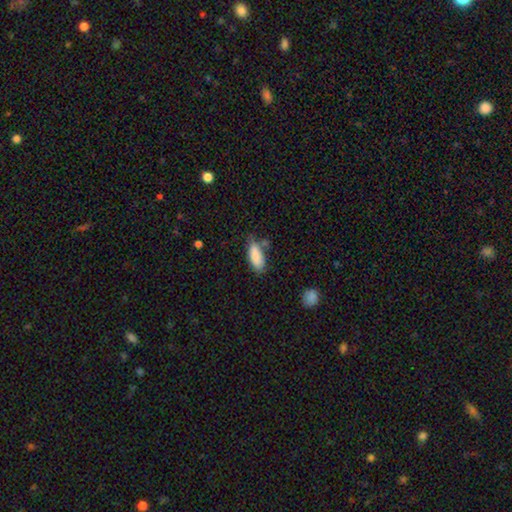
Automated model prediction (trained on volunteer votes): The model was most divided on "merging": none: 59%, minor disturbance: 25%, merger: 9%, major disturbance: 7%. More confident: smooth or featured — smooth (87%); how rounded — in between (81%).